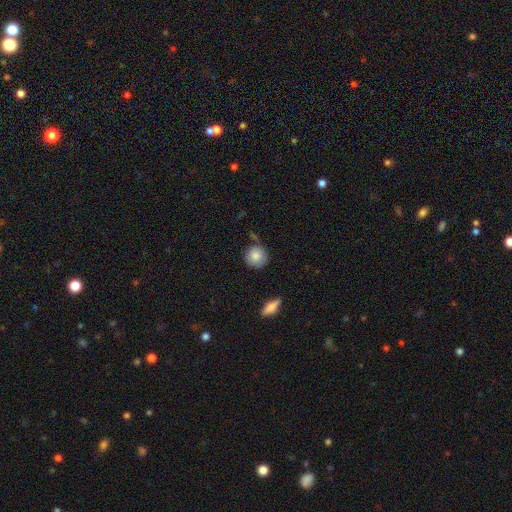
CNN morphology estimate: Q: Smooth or featured?
A: smooth (84%); runner-up: featured or disk (8%)
Q: How rounded?
A: round (89%); runner-up: in between (9%)
Q: Merging?
A: none (72%); runner-up: minor disturbance (18%)